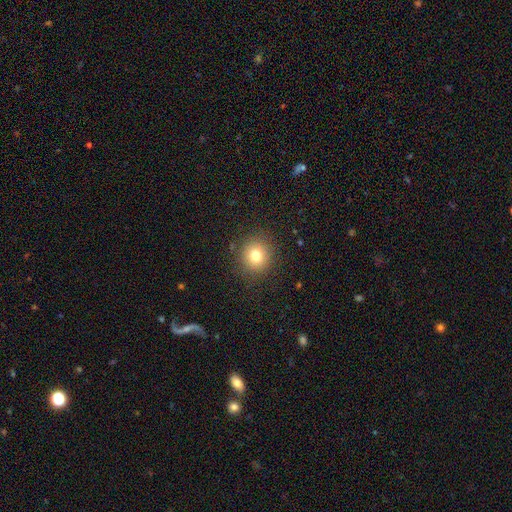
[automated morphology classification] A smooth galaxy with no disk features (77%) that is round (90%). Merging: none (89%).